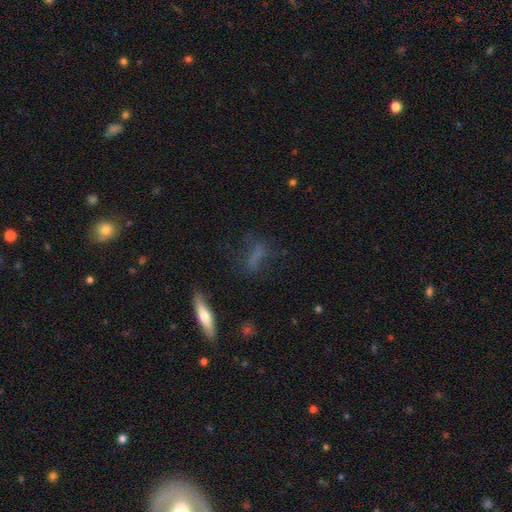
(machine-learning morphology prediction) This is possibly a smooth galaxy (47%). Merging: possibly none (55%).